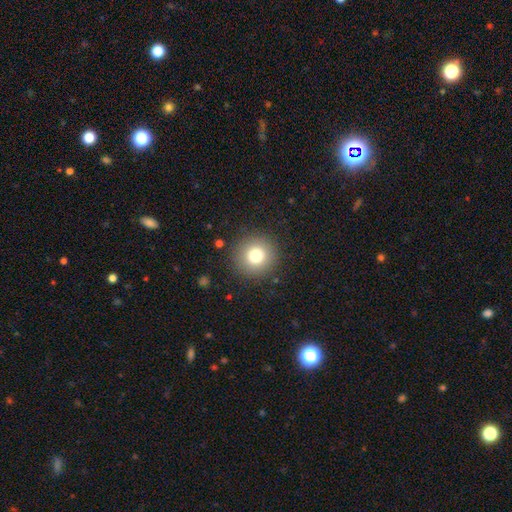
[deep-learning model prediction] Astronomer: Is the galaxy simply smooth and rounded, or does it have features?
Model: smooth — 77%.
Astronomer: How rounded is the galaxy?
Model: round — 95%.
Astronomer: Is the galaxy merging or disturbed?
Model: none — 90%.